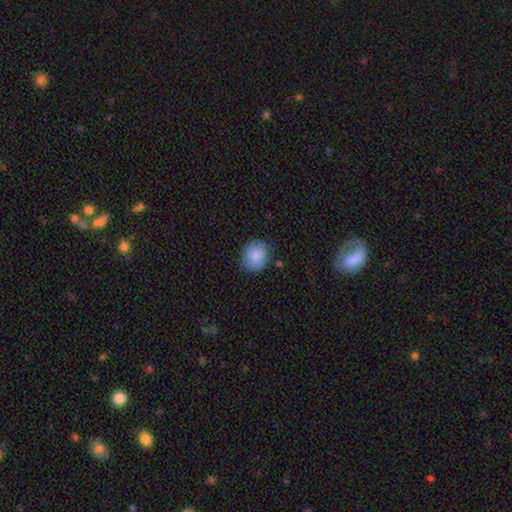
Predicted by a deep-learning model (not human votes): A smooth galaxy with no disk features (85%) that is round (71%). Merging: none (80%).